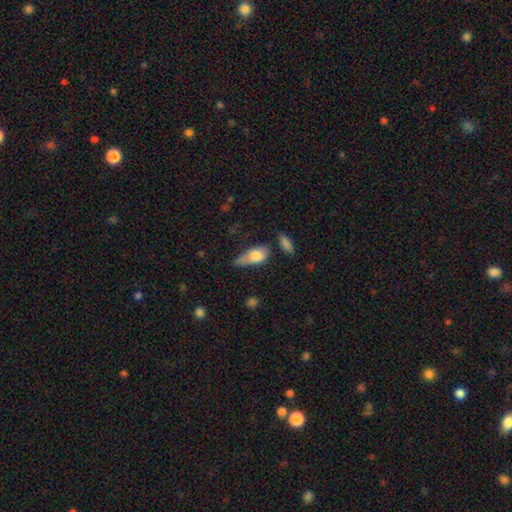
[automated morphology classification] smooth_or_featured: smooth (p=0.72) [alt: featured or disk p=0.21]
how_rounded: in between (p=0.76) [alt: cigar-shaped p=0.16]
merging: minor disturbance (p=0.37) [alt: none p=0.26]